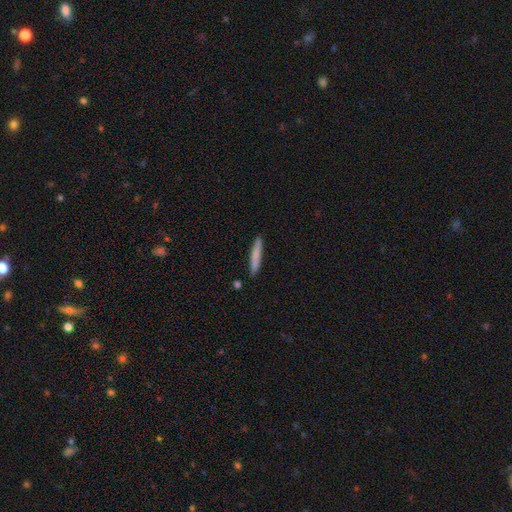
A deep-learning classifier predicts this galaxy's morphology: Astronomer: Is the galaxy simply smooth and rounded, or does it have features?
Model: smooth — 77%.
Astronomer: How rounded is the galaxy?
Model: cigar-shaped — 94%.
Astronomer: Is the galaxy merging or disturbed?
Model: none — 87%.